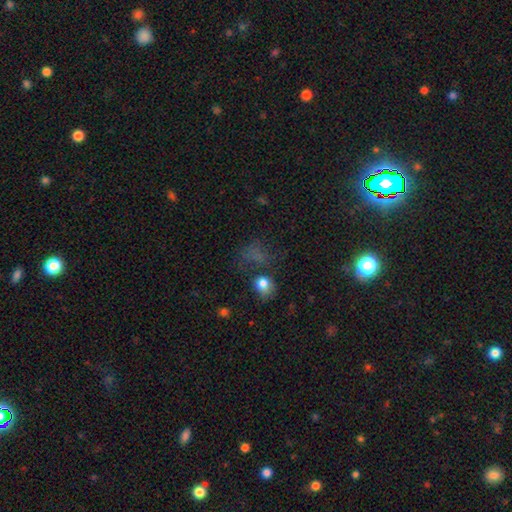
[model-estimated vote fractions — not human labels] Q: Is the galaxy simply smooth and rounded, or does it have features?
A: smooth — 53%.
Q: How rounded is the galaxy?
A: round — 55%.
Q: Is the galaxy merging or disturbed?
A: none — 54%.